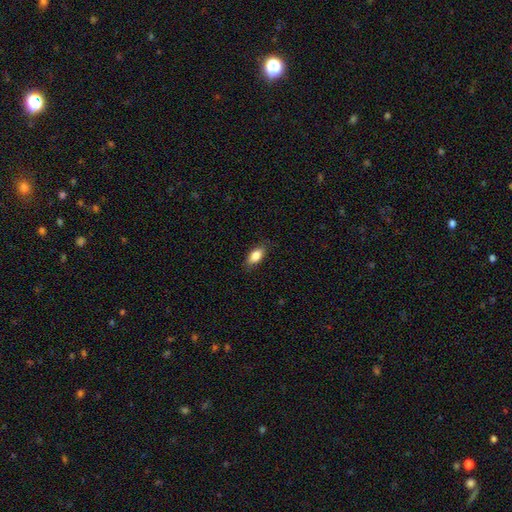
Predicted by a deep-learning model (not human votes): smooth-or-featured: smooth: 85% | featured or disk: 8% | star or artifact: 7%
  how-rounded: in between: 88% | cigar-shaped: 8% | round: 4%
  merging: none: 83% | minor disturbance: 13% | major disturbance: 3% | merger: 1%